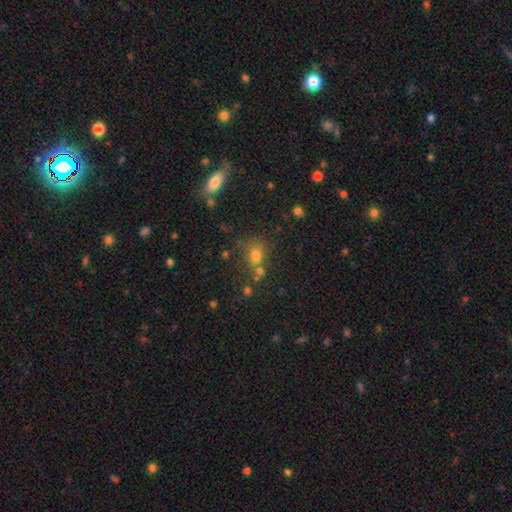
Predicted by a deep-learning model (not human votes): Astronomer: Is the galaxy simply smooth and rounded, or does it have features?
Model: smooth — 71%.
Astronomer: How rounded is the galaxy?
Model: round — 71%.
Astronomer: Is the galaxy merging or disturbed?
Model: none — 59%.